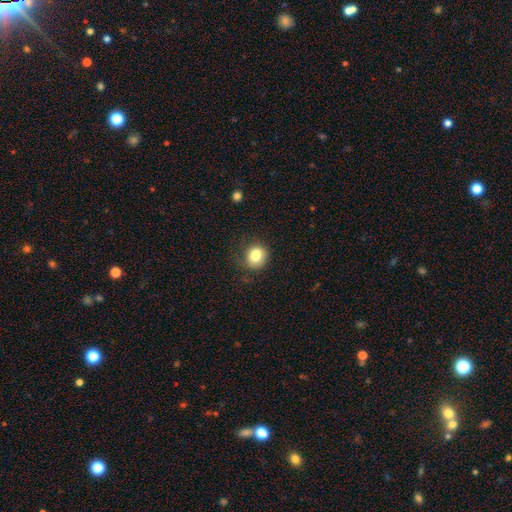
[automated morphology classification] smooth 82%, star or artifact 10%, featured or disk 8%. Down the decision tree: how rounded — round (79%); merging — none (71%).